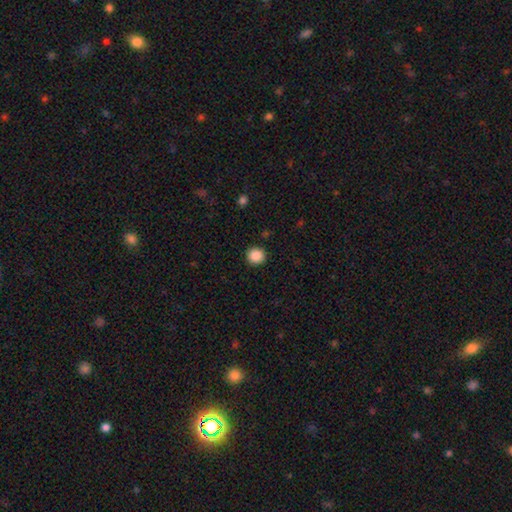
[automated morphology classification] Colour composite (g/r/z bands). It shows a smooth galaxy with no disk features (87%) that is round (93%). Merging: none (92%).